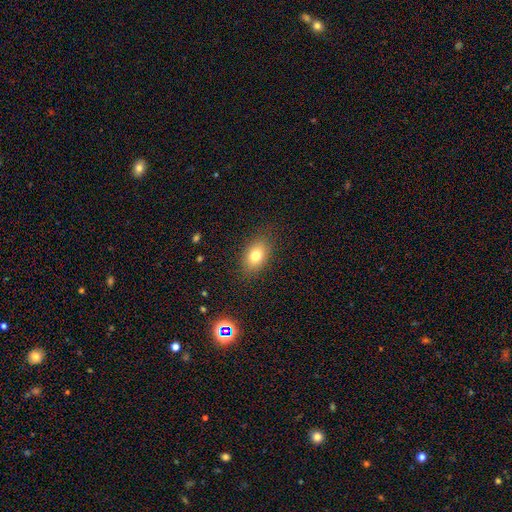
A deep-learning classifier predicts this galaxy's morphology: A smooth galaxy with no disk features (77%) that is in between round and cigar-shaped (80%).

Vote fractions:
- Smooth or featured? smooth: 77% / featured or disk: 12% / star or artifact: 11%
- How rounded? in between: 80% / round: 18% / cigar-shaped: 2%
- Merging? none: 85% / minor disturbance: 11% / major disturbance: 3% / merger: 1%